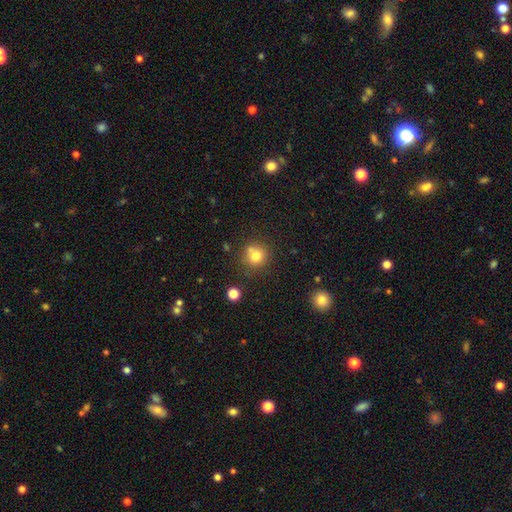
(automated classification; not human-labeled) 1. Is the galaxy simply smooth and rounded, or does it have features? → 77% smooth, 13% star or artifact, 10% featured or disk.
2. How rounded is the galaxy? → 90% round, 9% in between, 1% cigar-shaped.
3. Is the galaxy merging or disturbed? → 68% none, 17% merger, 12% minor disturbance, 4% major disturbance.